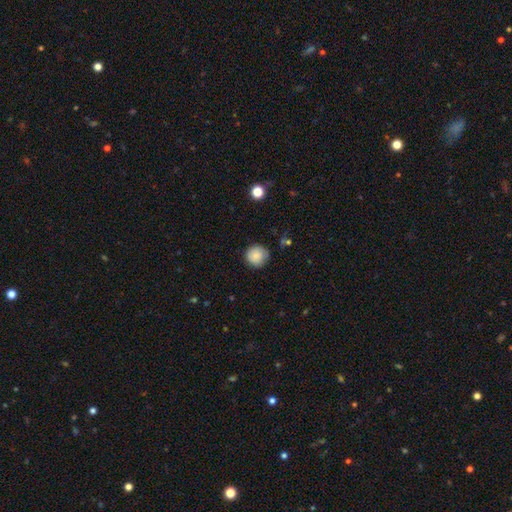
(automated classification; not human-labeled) Smooth or featured? smooth (86%)
How rounded? round (94%)
Merging? none (84%)